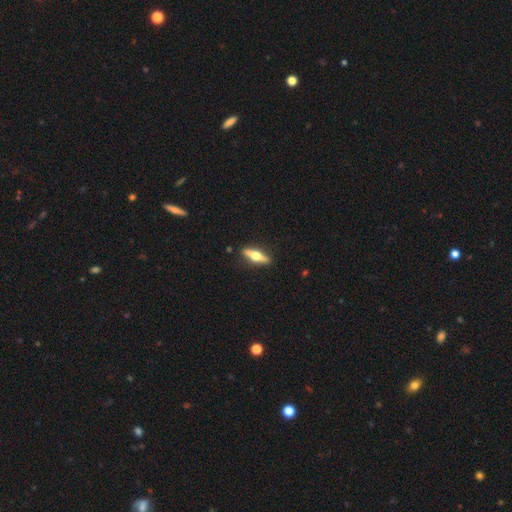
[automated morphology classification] This appears to be a featured or disk galaxy (62%) viewed edge-on (94%) with a rounded central bulge (96%). Merging: none (90%).